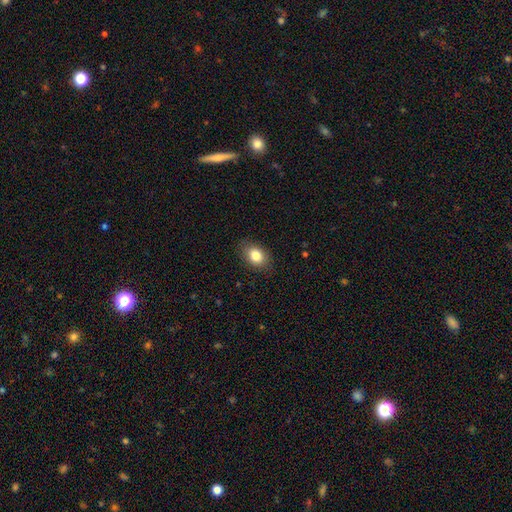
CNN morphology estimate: The model was most divided on "how rounded": in between: 77%, round: 21%, cigar-shaped: 1%. More confident: merging — none (86%); smooth or featured — smooth (83%).